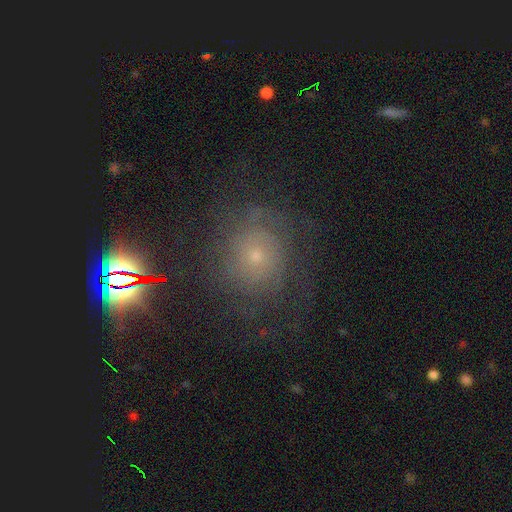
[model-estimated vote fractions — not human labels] Smooth or featured? featured or disk (53%)
Edge-on disk? no (96%)
Bar? no (83%)
Spiral arms? yes (80%)
Bulge size? small (72%)
Merging? none (67%)